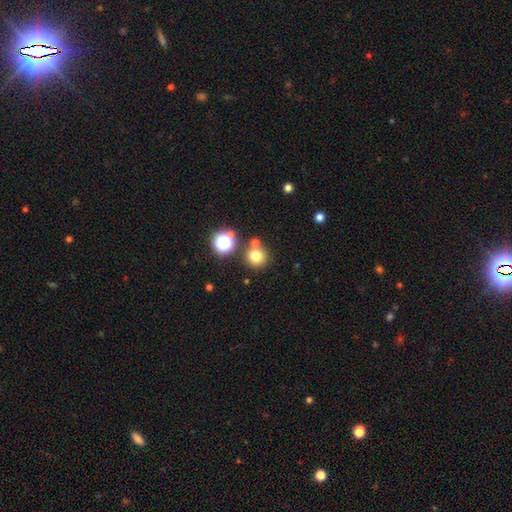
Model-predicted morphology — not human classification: This is likely a smooth galaxy (74%). How rounded: clearly round (93%). Merging: likely none (73%).